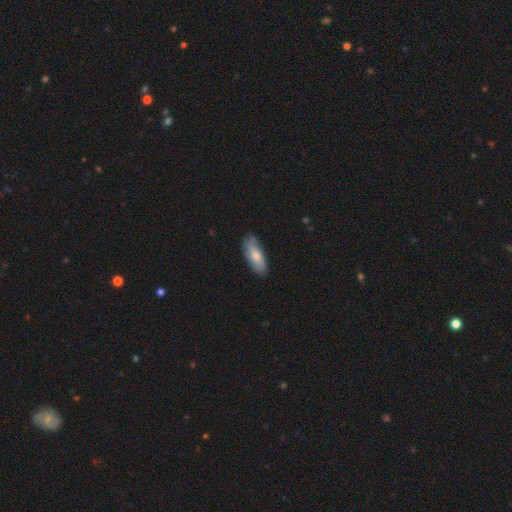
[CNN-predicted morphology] smooth 61%, featured or disk 33%, star or artifact 6%. Down the decision tree: how rounded — in between (73%); merging — none (74%).